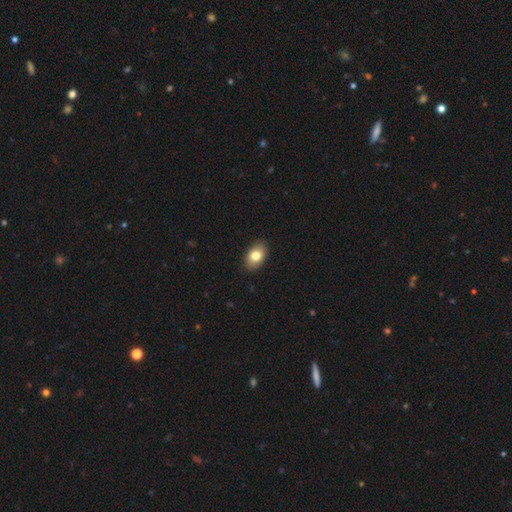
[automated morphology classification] smooth 80%, featured or disk 12%, star or artifact 8%. Down the decision tree: how rounded — in between (88%); merging — none (89%).